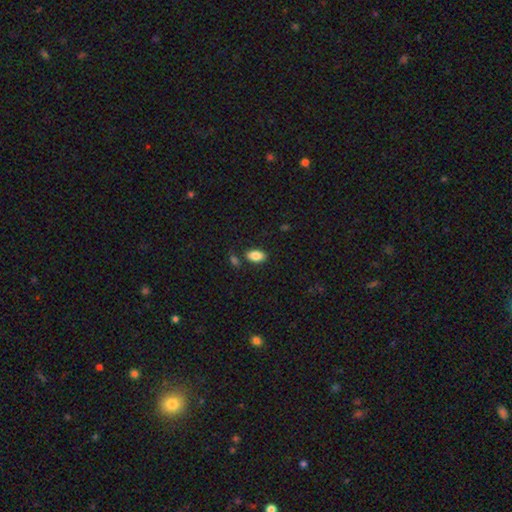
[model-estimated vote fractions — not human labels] smooth_or_featured: smooth (p=0.86) [alt: star or artifact p=0.08]
how_rounded: in between (p=0.92) [alt: round p=0.05]
merging: none (p=0.78) [alt: minor disturbance p=0.11]